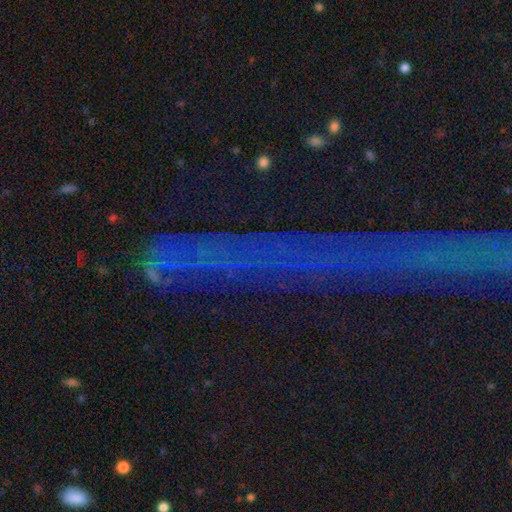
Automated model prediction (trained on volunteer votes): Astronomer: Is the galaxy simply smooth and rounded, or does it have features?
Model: star or artifact — 73%.